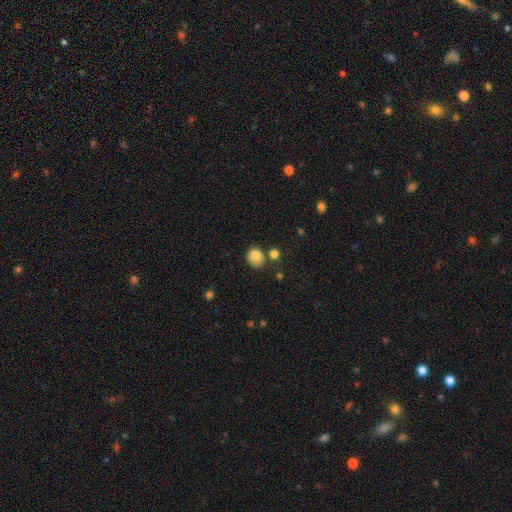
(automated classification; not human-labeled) A smooth galaxy with no disk features (82%) that is round (70%). Merging: none (63%).